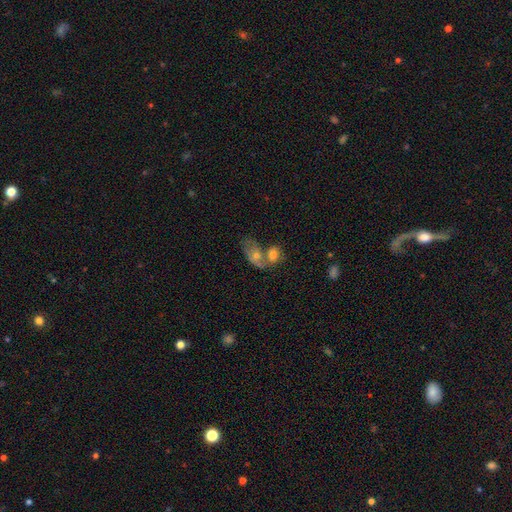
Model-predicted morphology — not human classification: Smooth or featured? Predicted: smooth (p=0.59). How rounded? Predicted: in between (p=0.78). Merging? Predicted: merger (p=0.64).